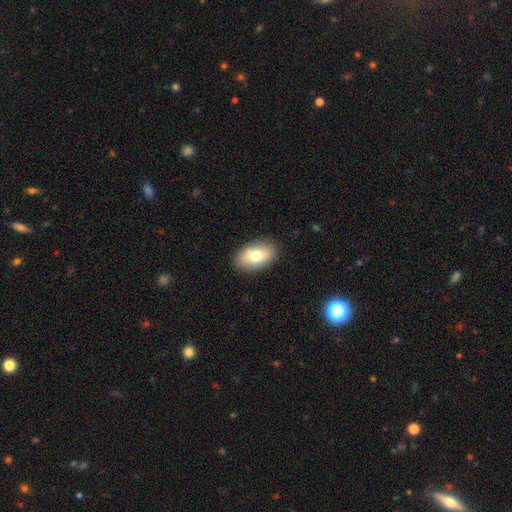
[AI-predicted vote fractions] Q: Smooth or featured?
A: smooth (74%); runner-up: featured or disk (19%)
Q: How rounded?
A: in between (92%); runner-up: round (6%)
Q: Merging?
A: none (88%); runner-up: minor disturbance (9%)